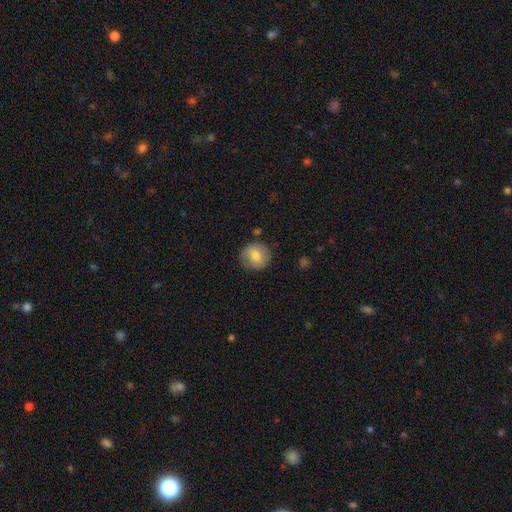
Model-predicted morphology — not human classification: smooth_or_featured: smooth (p=0.75) [alt: featured or disk p=0.18]
how_rounded: round (p=0.90) [alt: in between p=0.09]
merging: none (p=0.83) [alt: minor disturbance p=0.12]